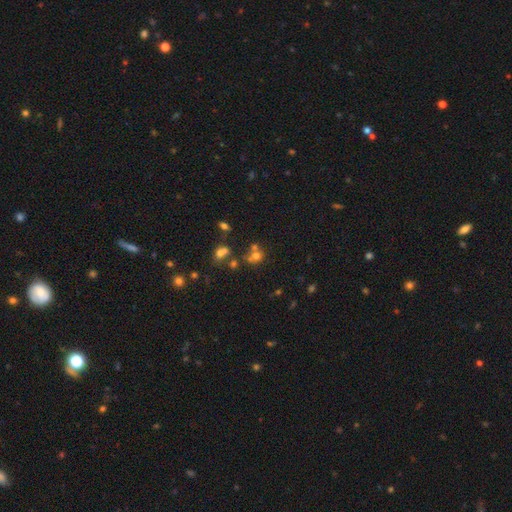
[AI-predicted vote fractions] This appears to be a smooth galaxy with no disk features (62%) that is round (72%). Merging: none (43%).